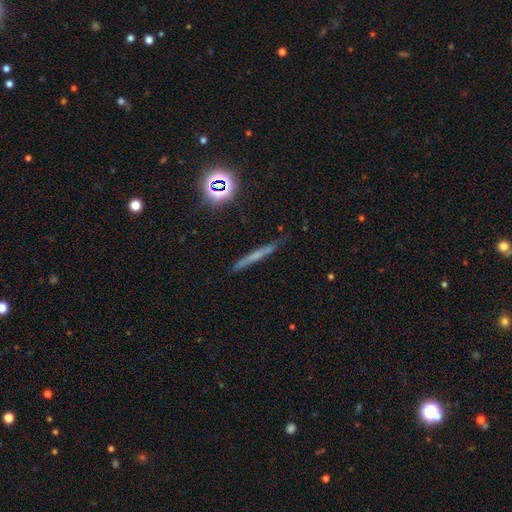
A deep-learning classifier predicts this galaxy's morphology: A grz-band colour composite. It shows a smooth galaxy with no disk features (44%). Merging: none (82%).